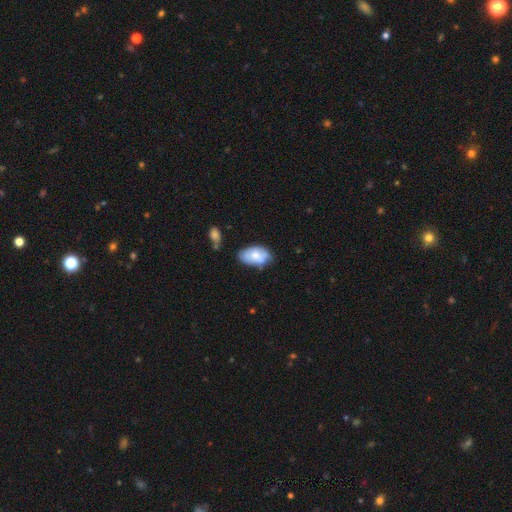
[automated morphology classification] A smooth galaxy with no disk features (66%) that is in between round and cigar-shaped (92%). Merging: none (54%).